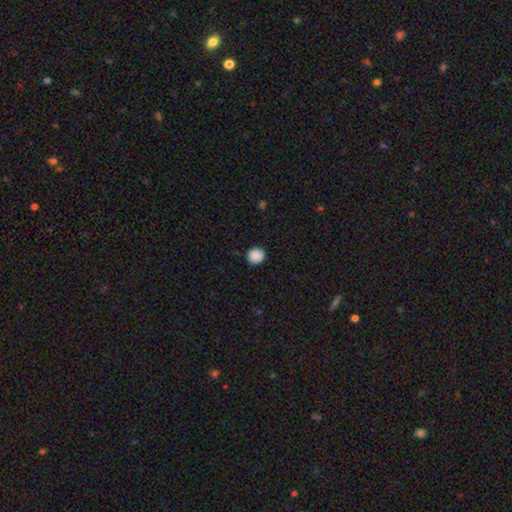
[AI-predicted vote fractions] Smooth or featured: smooth — 89% (star or artifact — 9%)
How rounded: round — 88% (in between — 11%)
Merging: none — 90% (minor disturbance — 7%)